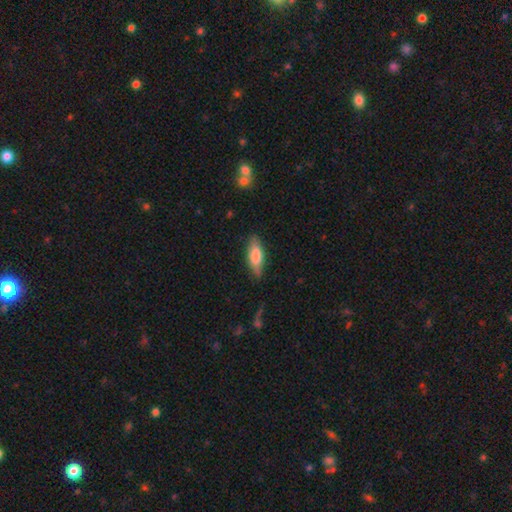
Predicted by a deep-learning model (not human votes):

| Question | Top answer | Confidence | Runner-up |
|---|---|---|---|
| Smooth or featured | smooth | 75% | featured or disk (19%) |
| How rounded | in between | 63% | cigar-shaped (35%) |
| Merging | none | 80% | minor disturbance (15%) |